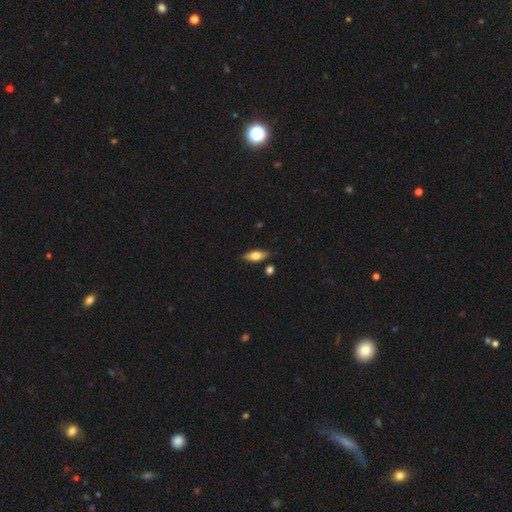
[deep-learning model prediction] Smooth or featured? smooth (60%)
How rounded? in between (71%)
Merging? none (83%)